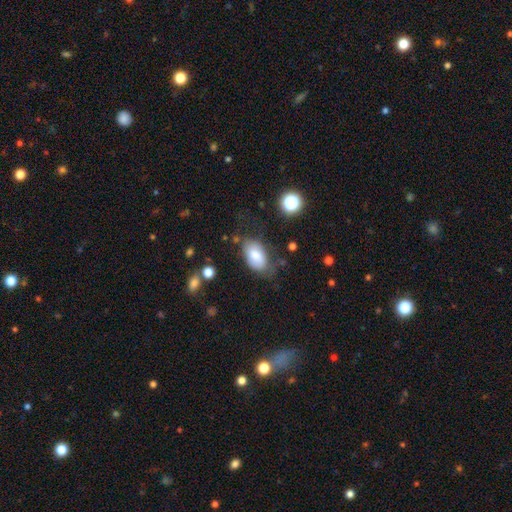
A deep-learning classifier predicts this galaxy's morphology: A smooth galaxy with no disk features (77%) that is in between round and cigar-shaped (93%).

Vote fractions:
- Smooth or featured? smooth: 77% / featured or disk: 16% / star or artifact: 8%
- How rounded? in between: 93% / round: 6% / cigar-shaped: 2%
- Merging? none: 60% / minor disturbance: 26% / major disturbance: 11% / merger: 3%